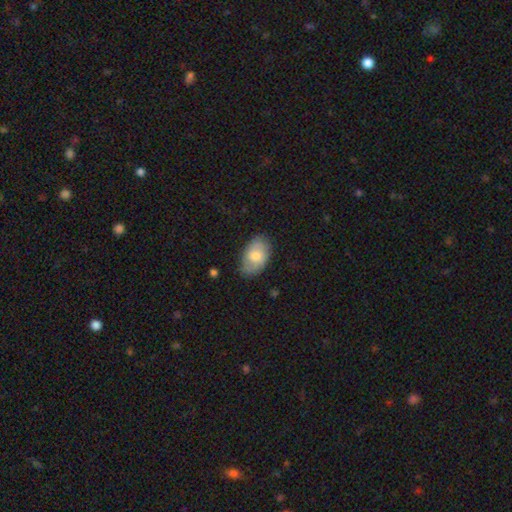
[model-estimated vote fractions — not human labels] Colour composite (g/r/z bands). It shows a smooth galaxy with no disk features (67%) that is in between round and cigar-shaped (92%). Merging: none (78%).